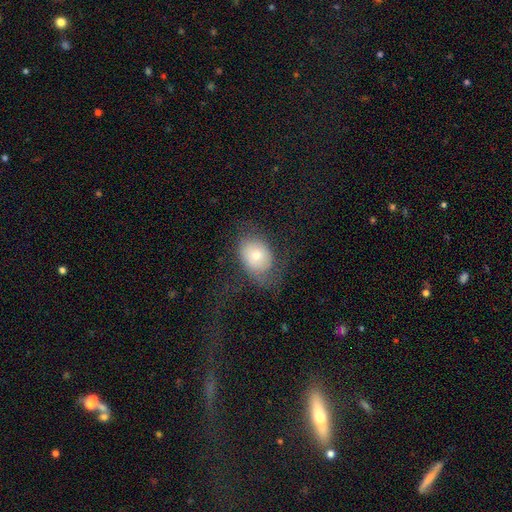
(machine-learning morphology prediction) Overall: smooth (62%; featured or disk 30%). How rounded: in between (66%; round 33%). Merging: none (50%; major disturbance 27%).